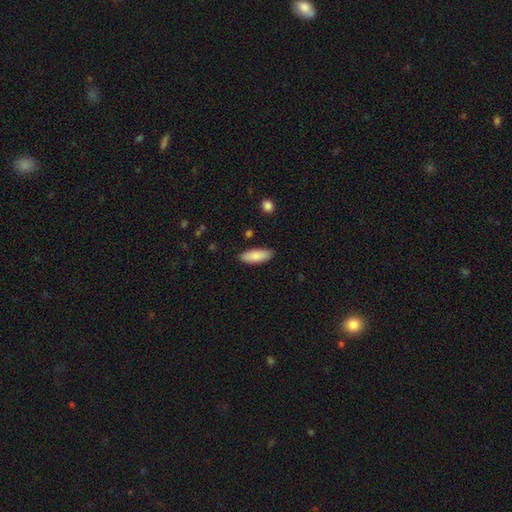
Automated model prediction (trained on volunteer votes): Smooth or featured? smooth (86%)
How rounded? in between (75%)
Merging? none (86%)